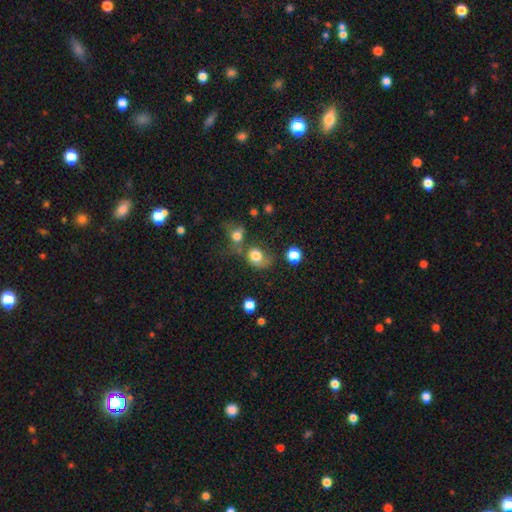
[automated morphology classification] smooth 77%, featured or disk 12%, star or artifact 11%. Down the decision tree: how rounded — round (59%); merging — none (36%).